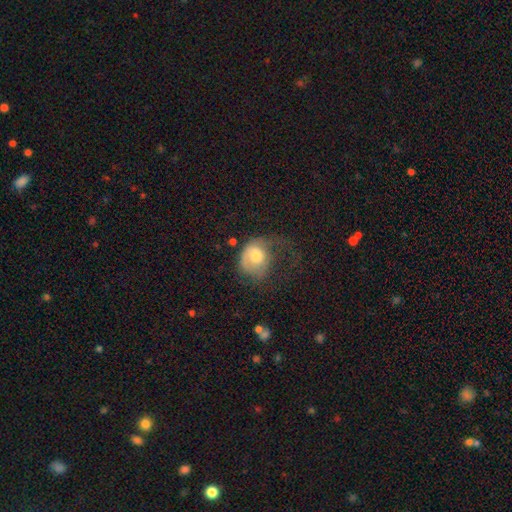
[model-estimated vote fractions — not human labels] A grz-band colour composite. It shows a smooth galaxy with no disk features (59%) that is round (60%). Merging: major disturbance (49%).